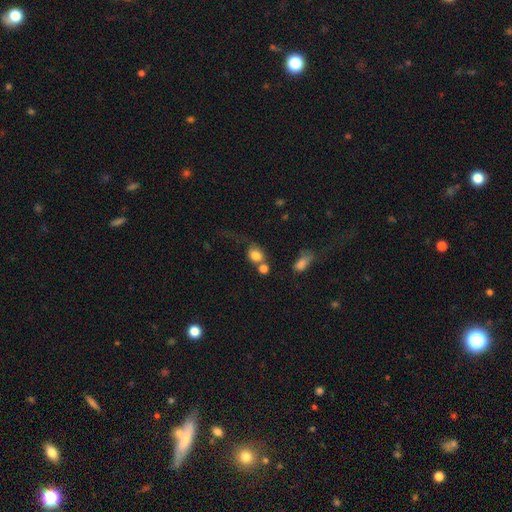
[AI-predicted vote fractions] Smooth or featured? smooth (79%)
How rounded? round (57%)
Merging? none (35%)